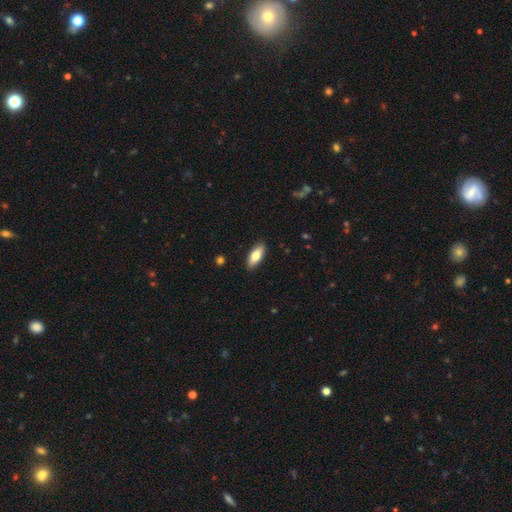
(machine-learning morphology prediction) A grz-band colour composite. It shows a smooth galaxy with no disk features (73%) that is in between round and cigar-shaped (75%). Merging: none (90%).